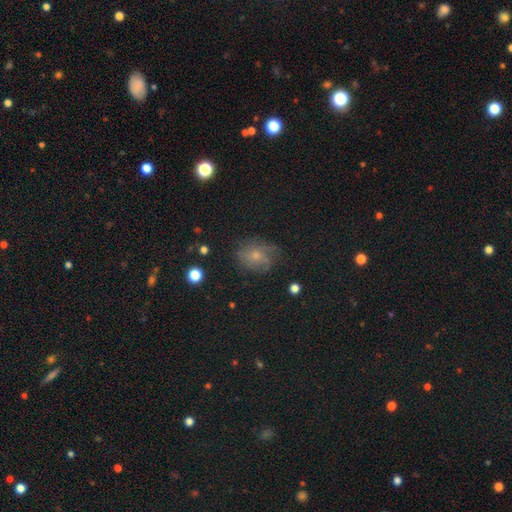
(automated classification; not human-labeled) Smooth or featured: smooth — 52% (featured or disk — 29%)
How rounded: round — 54% (in between — 44%)
Merging: none — 62% (minor disturbance — 24%)